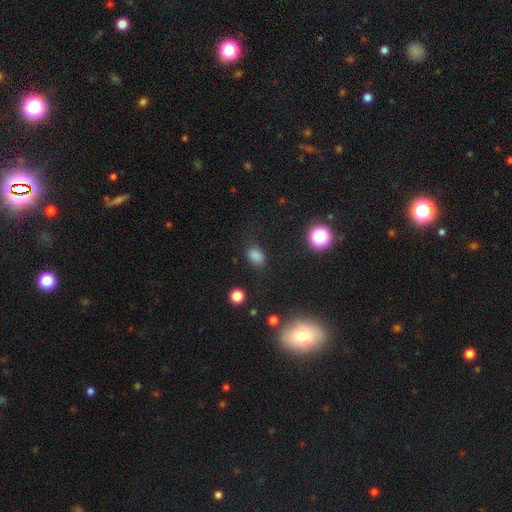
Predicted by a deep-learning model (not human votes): Smooth or featured?
  - smooth: 80% *
  - star or artifact: 15%
  - featured or disk: 5%
How rounded?
  - in between: 78% *
  - round: 20%
  - cigar-shaped: 2%
Merging?
  - none: 77% *
  - minor disturbance: 15%
  - major disturbance: 6%
  - merger: 2%